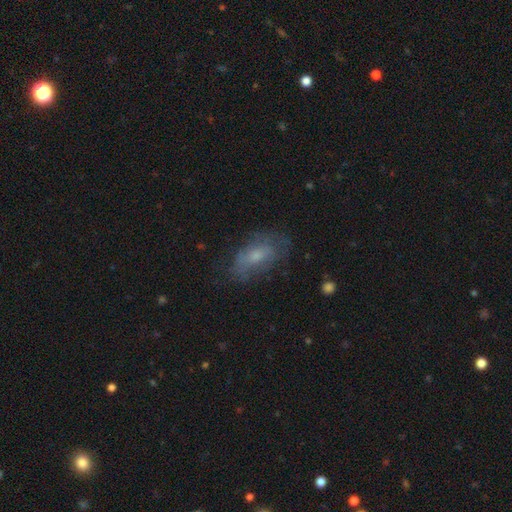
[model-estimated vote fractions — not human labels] smooth-or-featured: smooth: 51% | featured or disk: 39% | star or artifact: 10%
  how-rounded: in between: 87% | cigar-shaped: 7% | round: 6%
  merging: none: 61% | minor disturbance: 24% | major disturbance: 14% | merger: 2%